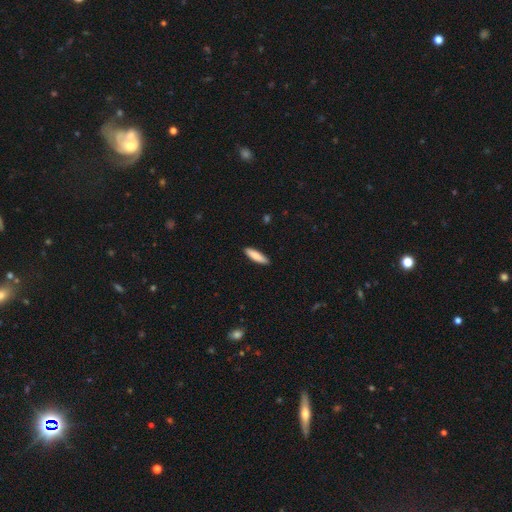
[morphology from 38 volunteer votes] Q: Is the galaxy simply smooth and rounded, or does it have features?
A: smooth — 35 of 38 (92%).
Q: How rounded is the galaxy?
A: cigar-shaped — 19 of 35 (54%).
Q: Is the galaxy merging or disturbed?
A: none — 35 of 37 (95%).